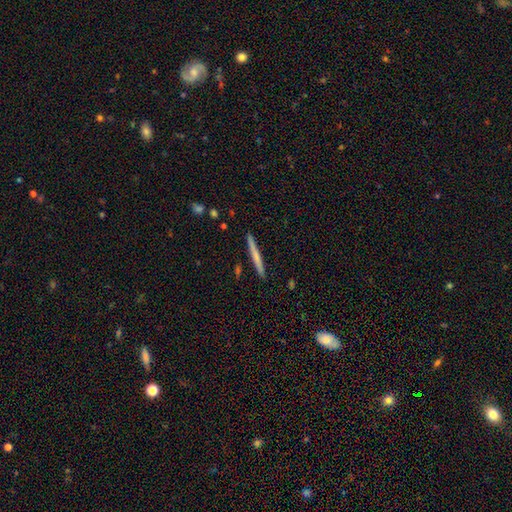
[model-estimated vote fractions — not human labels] A smooth galaxy with no disk features (56%) that is cigar-shaped (97%). Merging: none (92%).